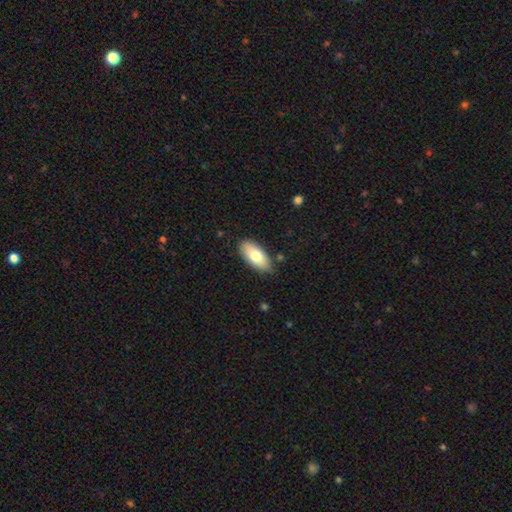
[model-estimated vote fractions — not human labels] Smooth or featured?
  - smooth: 74% *
  - featured or disk: 20%
  - star or artifact: 6%
How rounded?
  - in between: 90% *
  - cigar-shaped: 7%
  - round: 2%
Merging?
  - none: 83% *
  - minor disturbance: 13%
  - major disturbance: 2%
  - merger: 2%